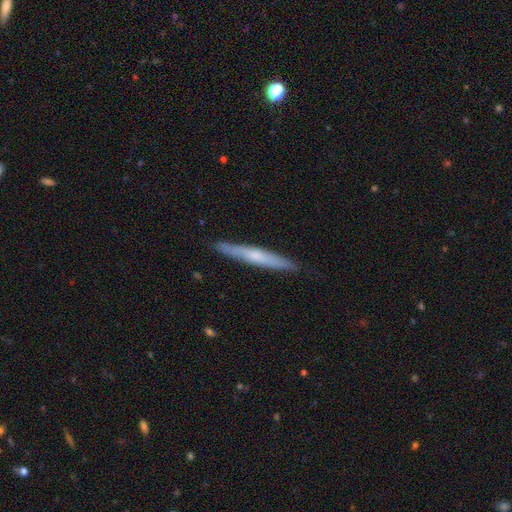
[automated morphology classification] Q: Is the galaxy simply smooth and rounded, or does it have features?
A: featured or disk — 48%.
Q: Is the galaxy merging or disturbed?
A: none — 87%.